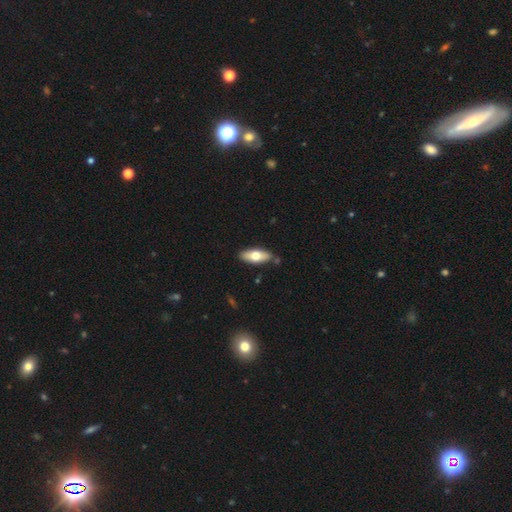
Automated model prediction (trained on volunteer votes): smooth 64%, featured or disk 31%, star or artifact 6%. Down the decision tree: how rounded — in between (75%); merging — none (82%).